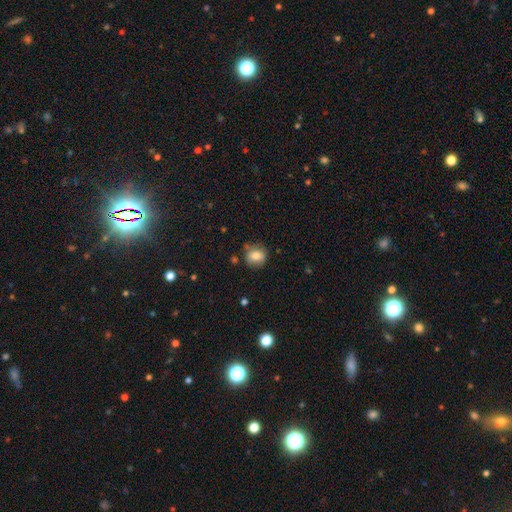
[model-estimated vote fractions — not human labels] smooth_or_featured: smooth (p=0.79) [alt: featured or disk p=0.12]
how_rounded: round (p=0.70) [alt: in between p=0.29]
merging: none (p=0.72) [alt: minor disturbance p=0.19]